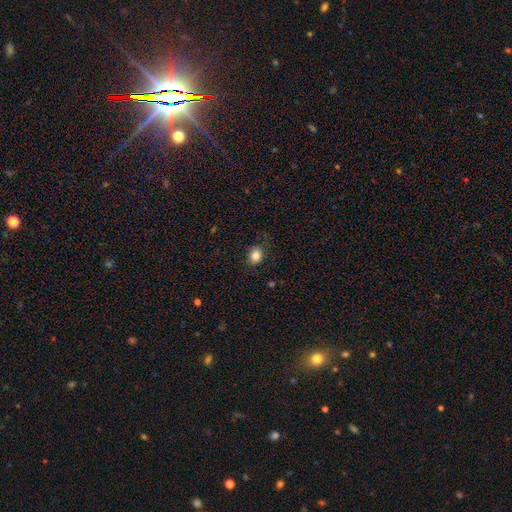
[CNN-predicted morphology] smooth 84%, star or artifact 11%, featured or disk 6%. Down the decision tree: how rounded — round (58%); merging — none (79%).